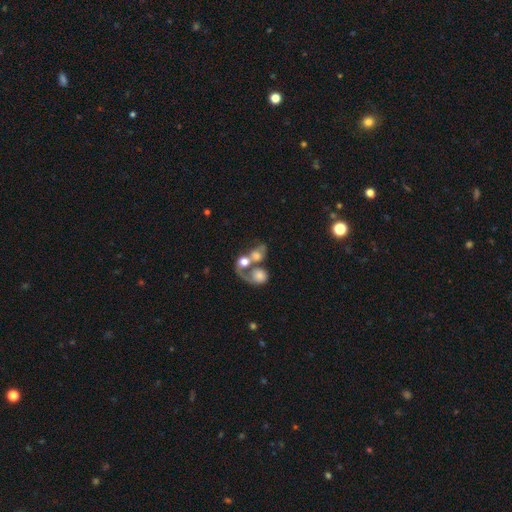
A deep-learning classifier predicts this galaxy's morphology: Smooth or featured: smooth — 46% (featured or disk — 43%)
Merging: merger — 70% (major disturbance — 13%)